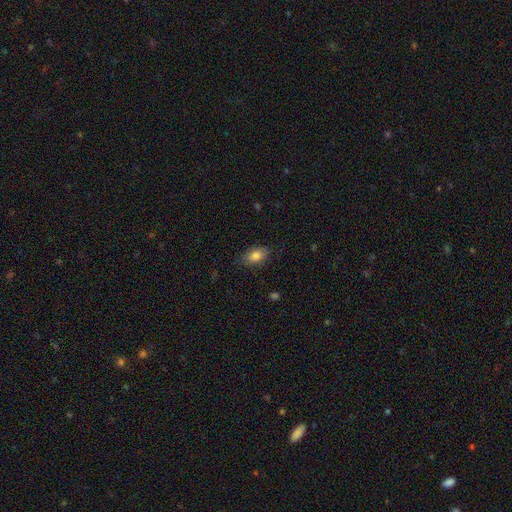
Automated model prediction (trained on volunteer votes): Smooth or featured?
  - smooth: 84% *
  - featured or disk: 8%
  - star or artifact: 8%
How rounded?
  - in between: 88% *
  - round: 10%
  - cigar-shaped: 3%
Merging?
  - none: 81% *
  - minor disturbance: 14%
  - major disturbance: 3%
  - merger: 1%